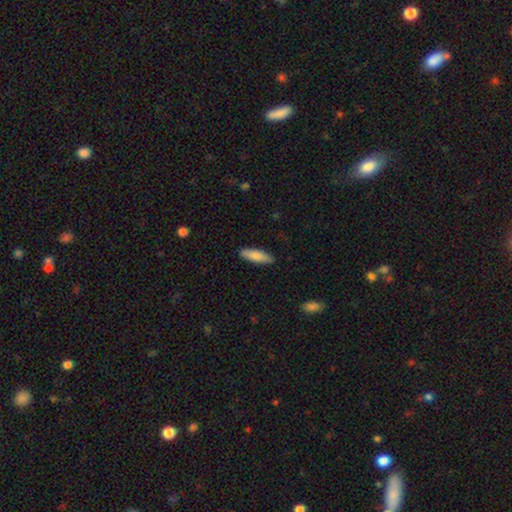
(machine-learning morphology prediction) smooth_or_featured: smooth (p=0.83) [alt: featured or disk p=0.12]
how_rounded: cigar-shaped (p=0.52) [alt: in between p=0.47]
merging: none (p=0.88) [alt: minor disturbance p=0.09]